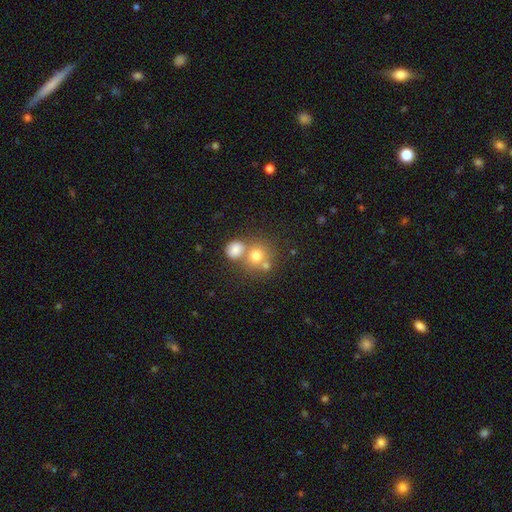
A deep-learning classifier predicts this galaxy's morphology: Smooth or featured? Predicted: smooth (p=0.64). How rounded? Predicted: round (p=0.80). Merging? Predicted: merger (p=0.48).